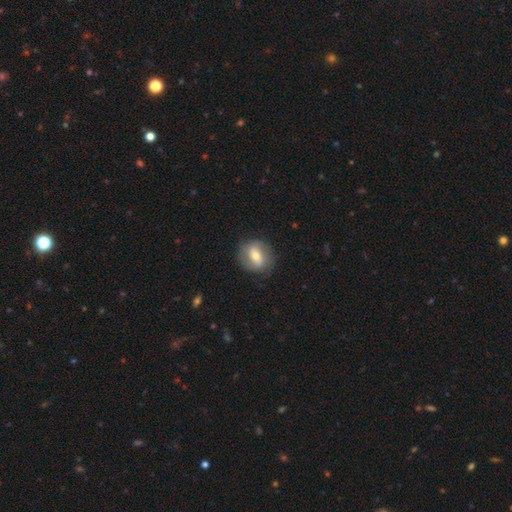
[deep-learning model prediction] Smooth or featured: smooth — 50% (featured or disk — 43%)
Merging: none — 81% (minor disturbance — 13%)